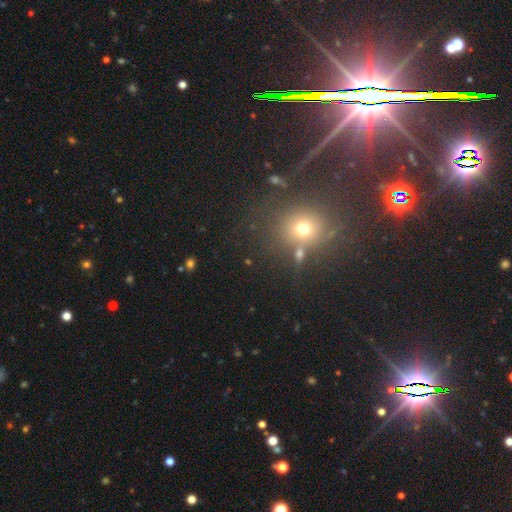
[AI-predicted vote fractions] The model was most divided on "smooth or featured": star or artifact: 57%, smooth: 32%, featured or disk: 12%.